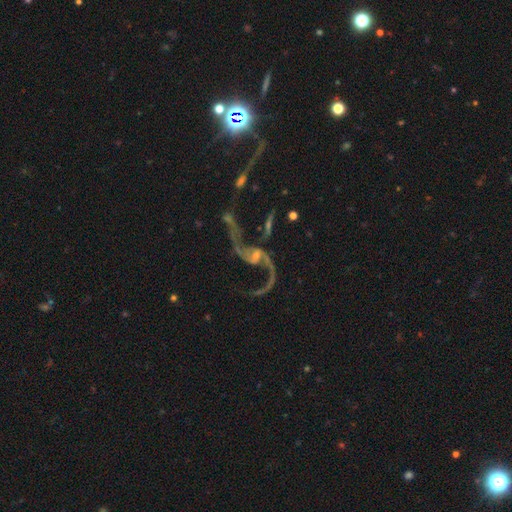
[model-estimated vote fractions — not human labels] smooth-or-featured: featured or disk: 84% | star or artifact: 11% | smooth: 5%
  disk-edge-on: no: 95% | yes: 5%
    bar: no: 54% | weak: 32% | strong: 13%
    has-spiral-arms: yes: 92% | no: 8%
      spiral-winding: loose: 87% | medium: 10% | tight: 3%
      spiral-arm-count: 2: 86% | 1: 6% | can't tell: 3% | 3: 2% | 4: 2% | more than 4: 1%
    bulge-size: small: 57% | moderate: 23% | none: 15% | large: 3% | dominant: 2%
  merging: none: 37% | major disturbance: 28% | merger: 21% | minor disturbance: 14%